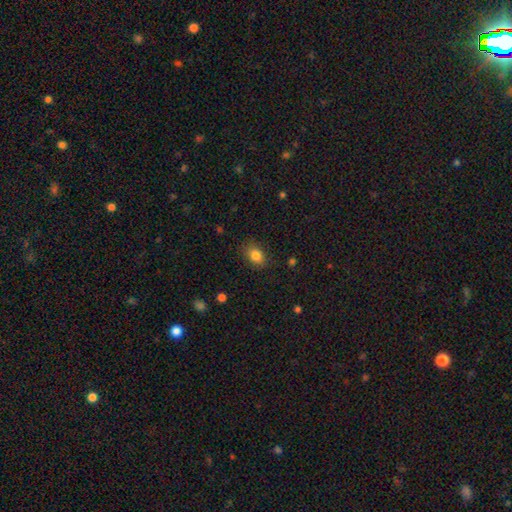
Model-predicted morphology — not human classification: smooth_or_featured: smooth (p=0.84) [alt: star or artifact p=0.10]
how_rounded: in between (p=0.68) [alt: round p=0.31]
merging: none (p=0.82) [alt: minor disturbance p=0.14]